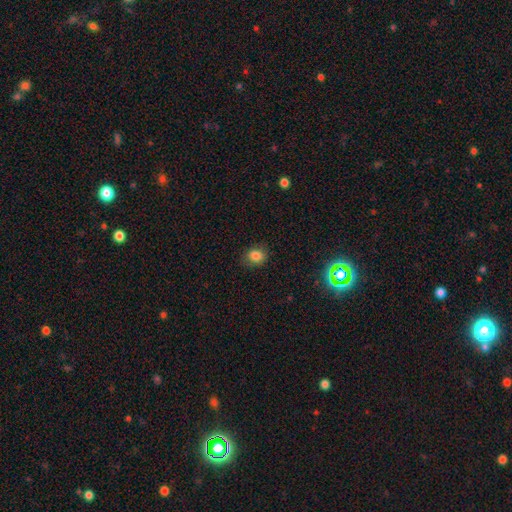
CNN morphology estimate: Q: Smooth or featured?
A: smooth (82%); runner-up: star or artifact (12%)
Q: How rounded?
A: round (55%); runner-up: in between (44%)
Q: Merging?
A: none (80%); runner-up: minor disturbance (15%)